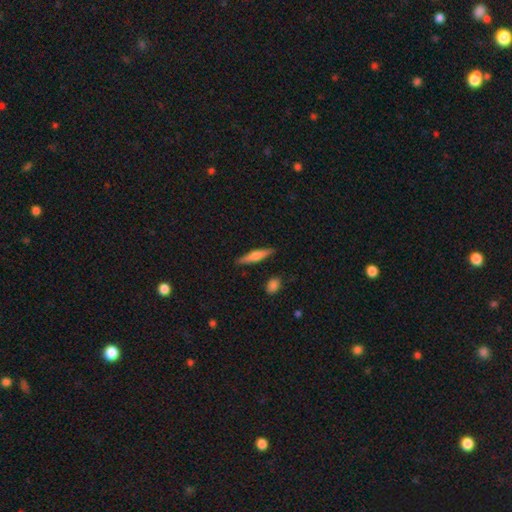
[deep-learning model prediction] smooth_or_featured: smooth (p=0.56) [alt: featured or disk p=0.38]
how_rounded: cigar-shaped (p=0.84) [alt: in between p=0.14]
merging: none (p=0.88) [alt: minor disturbance p=0.08]